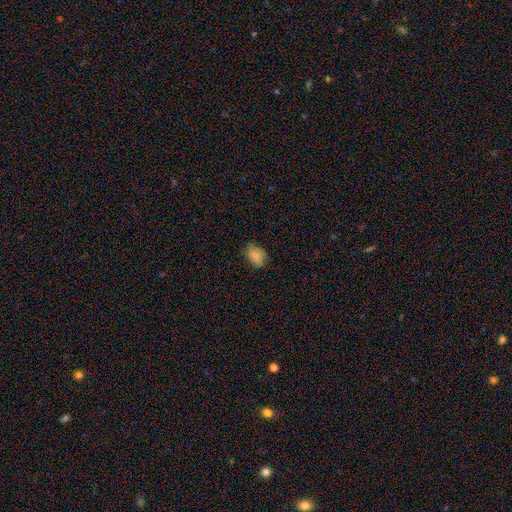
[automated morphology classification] This is clearly a smooth galaxy (82%). How rounded: likely in between (74%). Merging: likely none (67%).